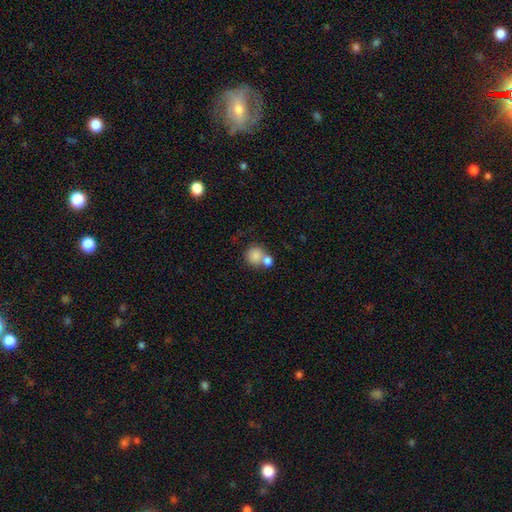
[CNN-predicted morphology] Smooth or featured?
  - smooth: 82% *
  - featured or disk: 10%
  - star or artifact: 9%
How rounded?
  - round: 83% *
  - in between: 16%
  - cigar-shaped: 1%
Merging?
  - merger: 43% * (tied)
  - none: 43% * (tied)
  - minor disturbance: 10%
  - major disturbance: 5%